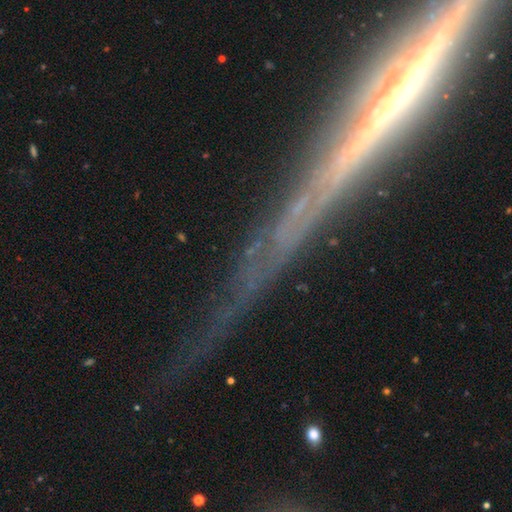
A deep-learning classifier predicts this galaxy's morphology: smooth_or_featured: featured or disk (p=0.73) [alt: star or artifact p=0.15]
disk_edge_on: yes (p=0.88) [alt: no p=0.12]
edge_on_bulge: none (p=0.56) [alt: rounded p=0.27]
merging: none (p=0.71) [alt: minor disturbance p=0.15]